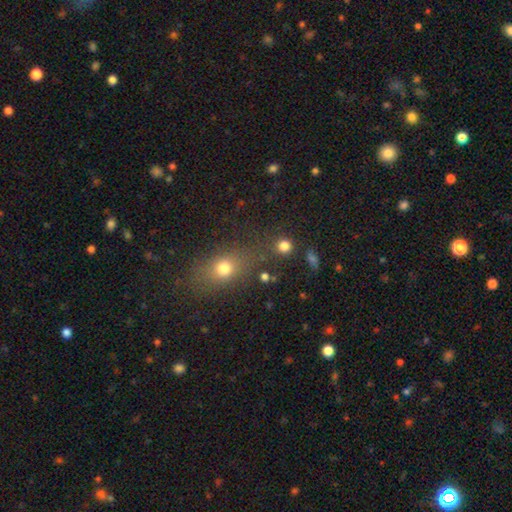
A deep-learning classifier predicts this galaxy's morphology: A smooth galaxy with no disk features (60%) that is in between round and cigar-shaped (55%).

Vote fractions:
- Smooth or featured? smooth: 60% / star or artifact: 27% / featured or disk: 12%
- How rounded? in between: 55% / round: 38% / cigar-shaped: 7%
- Merging? none: 76% / minor disturbance: 12% / merger: 7% / major disturbance: 5%